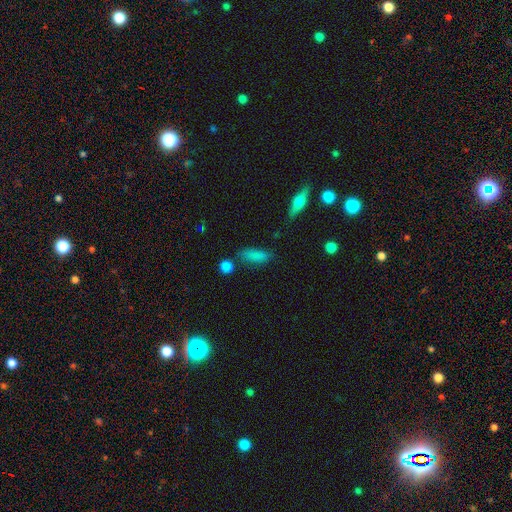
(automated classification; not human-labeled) A smooth galaxy with no disk features (82%) that is in between round and cigar-shaped (61%). Merging: none (66%).